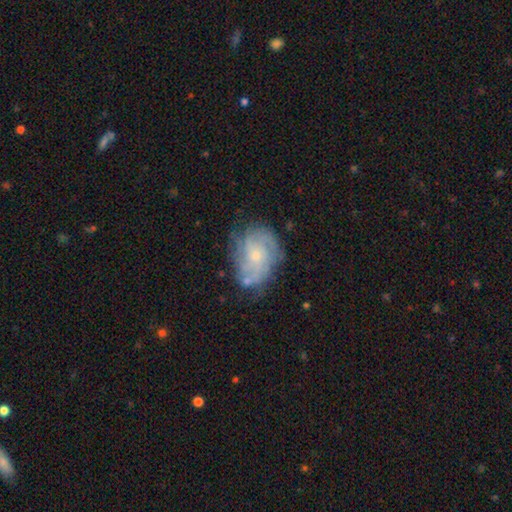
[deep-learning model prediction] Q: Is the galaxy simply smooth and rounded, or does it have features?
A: featured or disk — 72%.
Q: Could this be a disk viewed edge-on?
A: no — 97%.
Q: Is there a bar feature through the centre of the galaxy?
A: no — 77%.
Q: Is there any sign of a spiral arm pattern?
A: yes — 85%.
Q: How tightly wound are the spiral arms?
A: tight — 55%.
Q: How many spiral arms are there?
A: can't tell — 44%.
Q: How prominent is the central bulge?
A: small — 71%.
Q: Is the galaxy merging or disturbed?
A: none — 64%.